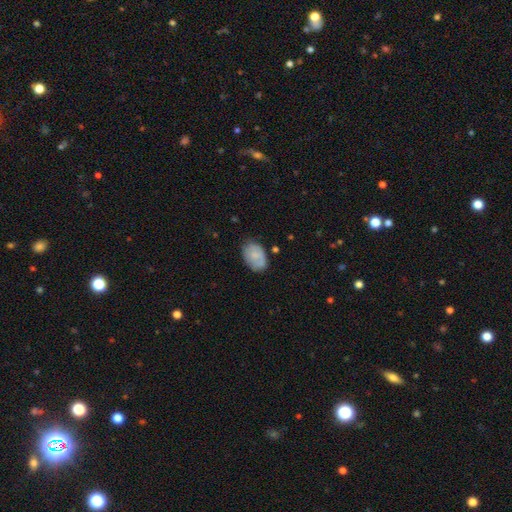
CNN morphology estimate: Smooth or featured? smooth (75%)
How rounded? in between (85%)
Merging? none (69%)